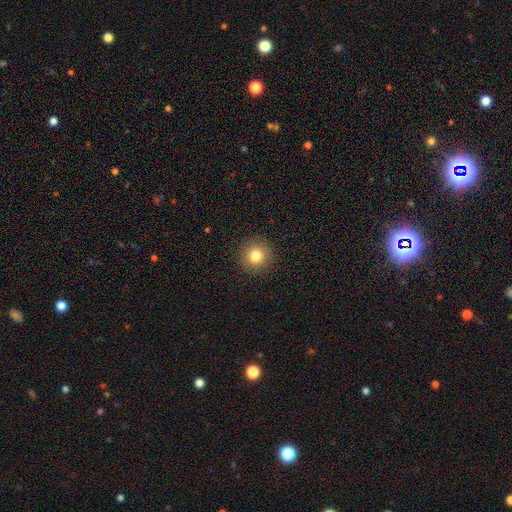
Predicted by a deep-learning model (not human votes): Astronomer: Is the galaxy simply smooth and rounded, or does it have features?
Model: smooth — 81%.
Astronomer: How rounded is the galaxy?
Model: round — 95%.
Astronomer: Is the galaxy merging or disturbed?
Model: none — 91%.